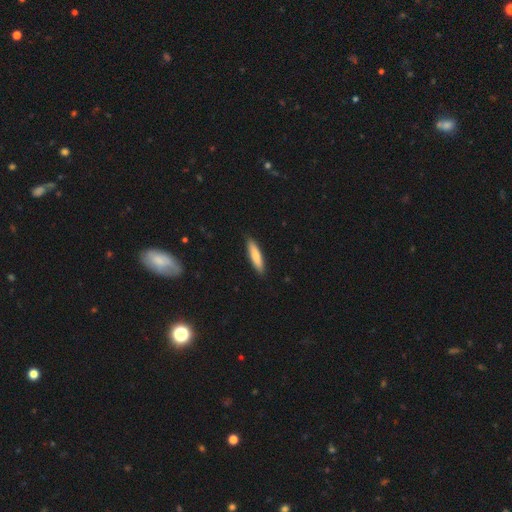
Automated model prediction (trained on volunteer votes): Smooth or featured? Predicted: smooth (p=0.79). How rounded? Predicted: cigar-shaped (p=0.78). Merging? Predicted: none (p=0.90).